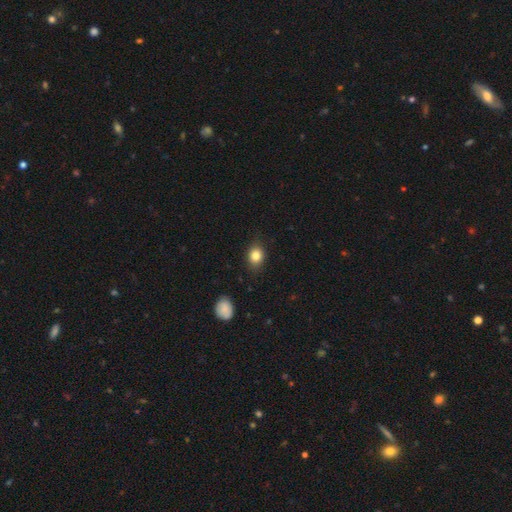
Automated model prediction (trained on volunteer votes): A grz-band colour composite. It shows a smooth galaxy with no disk features (83%) that is in between round and cigar-shaped (53%). Merging: none (82%).